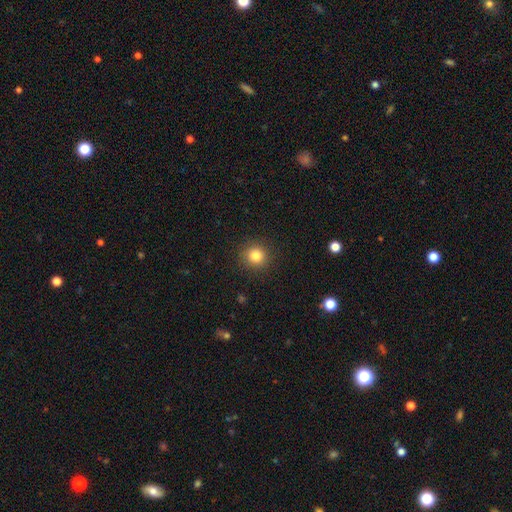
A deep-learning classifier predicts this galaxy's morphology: Q: Smooth or featured?
A: smooth (82%); runner-up: star or artifact (12%)
Q: How rounded?
A: round (93%); runner-up: in between (7%)
Q: Merging?
A: none (91%); runner-up: minor disturbance (6%)